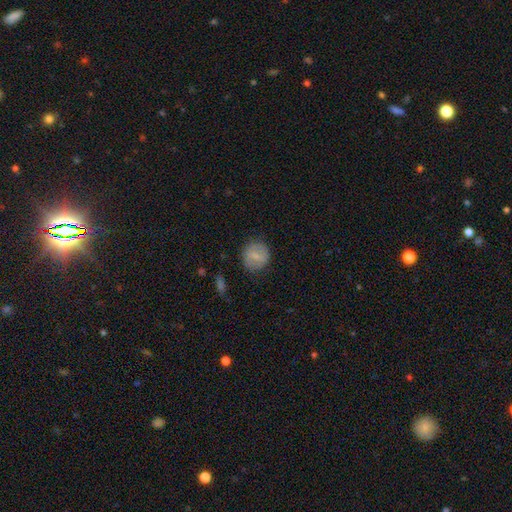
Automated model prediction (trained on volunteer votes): The model was most divided on "smooth or featured": smooth: 63%, featured or disk: 30%, star or artifact: 7%. More confident: how rounded — round (86%); merging — none (82%).